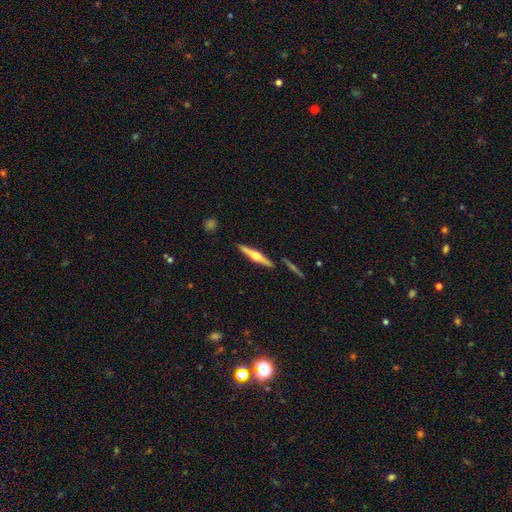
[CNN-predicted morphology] A featured or disk galaxy (70%) viewed edge-on (98%) with a rounded central bulge (91%).

Vote fractions:
- Smooth or featured? featured or disk: 70% / smooth: 24% / star or artifact: 6%
- Edge-on disk? yes: 98% / no: 2%
- Edge-on bulge? rounded: 91% / boxy: 5% / none: 3%
- Merging? none: 86% / minor disturbance: 8% / merger: 4% / major disturbance: 2%